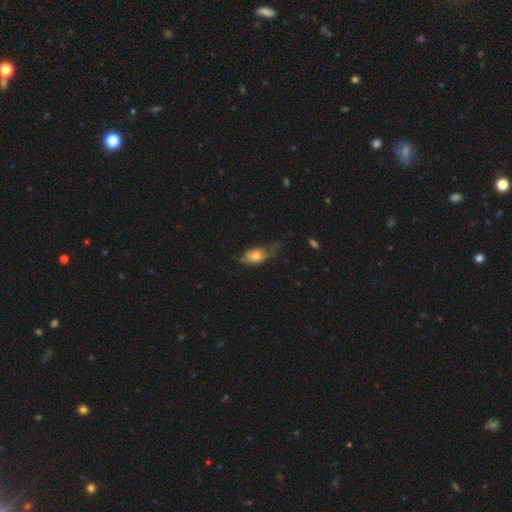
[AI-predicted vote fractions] This appears to be a smooth galaxy with no disk features (57%) that is in between round and cigar-shaped (85%). Merging: none (38%).